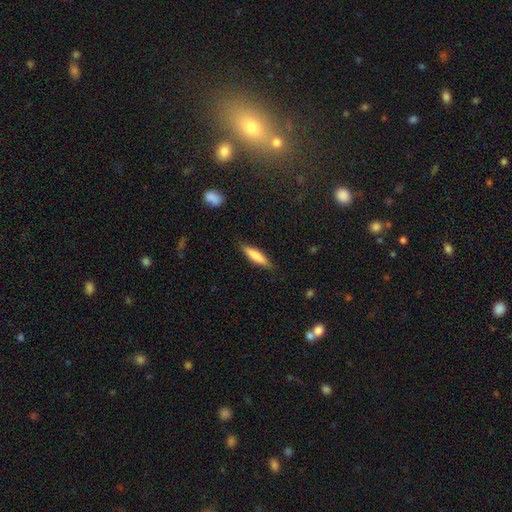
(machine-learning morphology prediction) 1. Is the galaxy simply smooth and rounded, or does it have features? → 76% smooth, 19% featured or disk, 6% star or artifact.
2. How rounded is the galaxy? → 75% cigar-shaped, 23% in between, 1% round.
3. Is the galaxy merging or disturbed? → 85% none, 11% minor disturbance, 2% major disturbance, 1% merger.